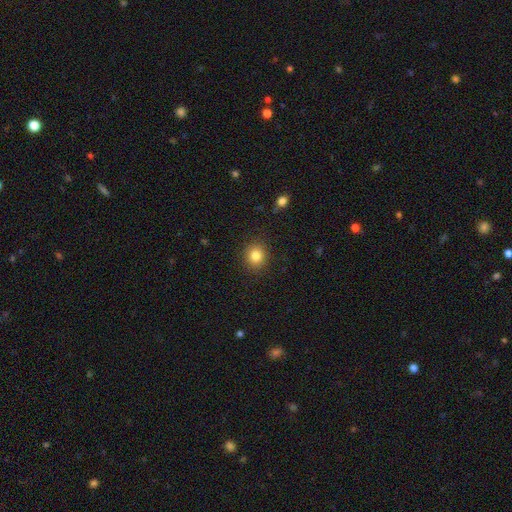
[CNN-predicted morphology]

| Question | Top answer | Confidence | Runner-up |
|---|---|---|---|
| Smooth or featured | smooth | 83% | star or artifact (11%) |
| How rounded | round | 82% | in between (17%) |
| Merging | none | 90% | minor disturbance (7%) |